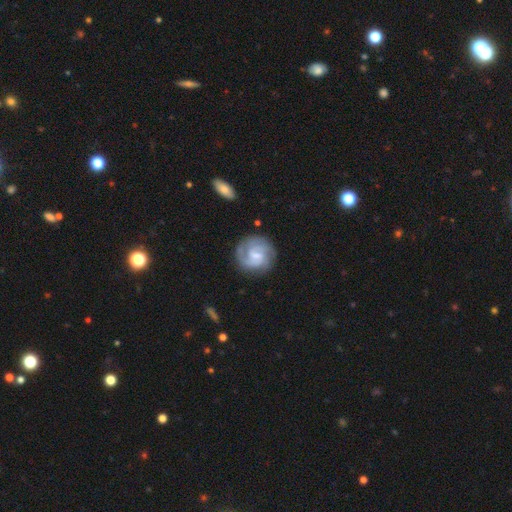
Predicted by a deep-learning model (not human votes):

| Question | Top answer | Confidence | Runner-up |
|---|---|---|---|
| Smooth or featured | featured or disk | 74% | smooth (20%) |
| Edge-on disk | no | 98% | yes (2%) |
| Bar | weak | 55% | no (34%) |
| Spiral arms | yes | 93% | no (7%) |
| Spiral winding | tight | 51% | medium (38%) |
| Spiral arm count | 2 | 48% | can't tell (23%) |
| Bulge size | small | 49% | moderate (33%) |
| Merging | none | 76% | minor disturbance (15%) |